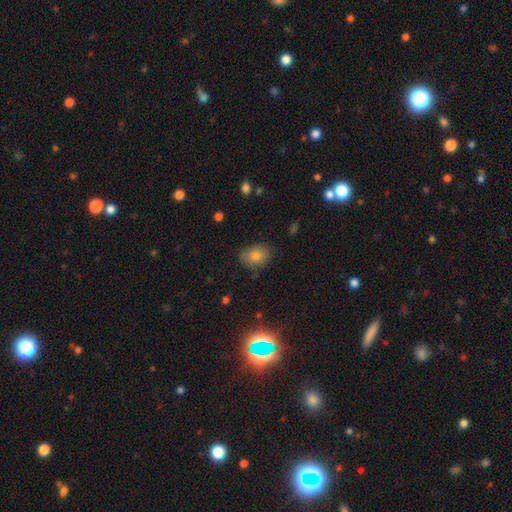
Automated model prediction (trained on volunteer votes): Smooth or featured: smooth — 72% (star or artifact — 17%)
How rounded: in between — 58% (round — 41%)
Merging: none — 83% (minor disturbance — 13%)